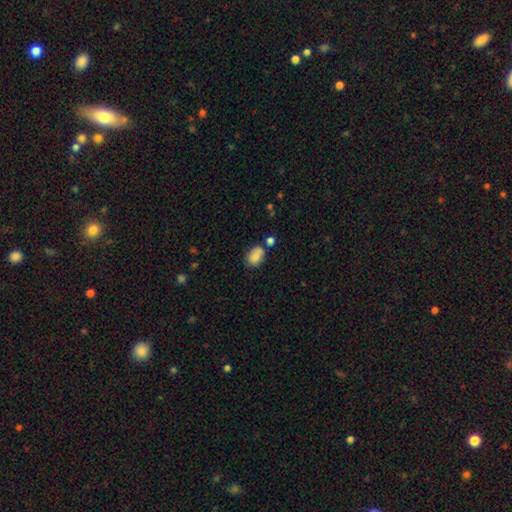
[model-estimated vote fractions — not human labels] smooth-or-featured: smooth: 83% | featured or disk: 9% | star or artifact: 8%
  how-rounded: in between: 83% | round: 16% | cigar-shaped: 1%
  merging: none: 60% | minor disturbance: 21% | merger: 13% | major disturbance: 5%